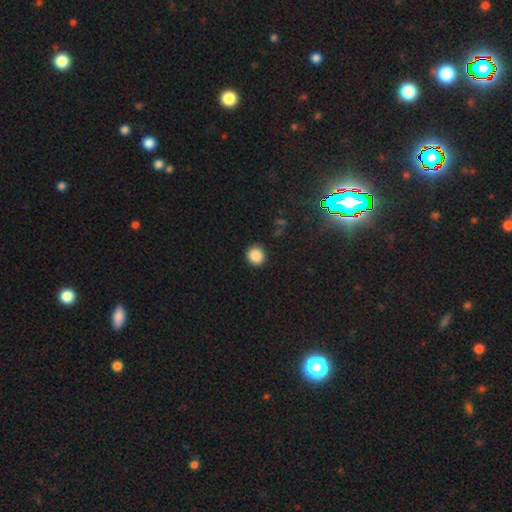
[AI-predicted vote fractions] A smooth galaxy with no disk features (88%) that is round (89%).

Vote fractions:
- Smooth or featured? smooth: 88% / star or artifact: 9% / featured or disk: 3%
- How rounded? round: 89% / in between: 10% / cigar-shaped: 1%
- Merging? none: 91% / minor disturbance: 6% / major disturbance: 2% / merger: 1%